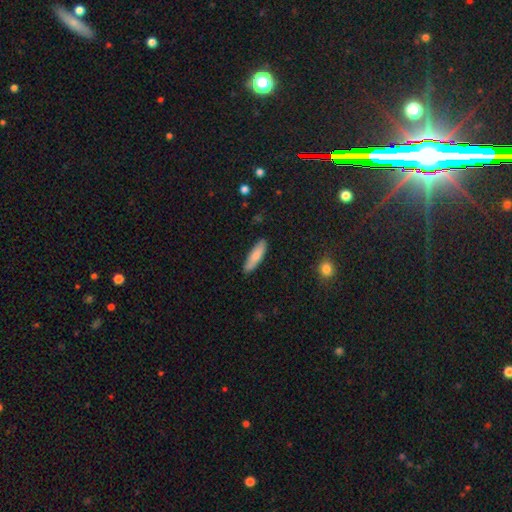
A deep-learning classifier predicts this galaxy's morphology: Smooth or featured?
  - smooth: 80% *
  - featured or disk: 14%
  - star or artifact: 6%
How rounded?
  - cigar-shaped: 66% *
  - in between: 32%
  - round: 2%
Merging?
  - none: 86% *
  - minor disturbance: 11%
  - major disturbance: 2%
  - merger: 1%